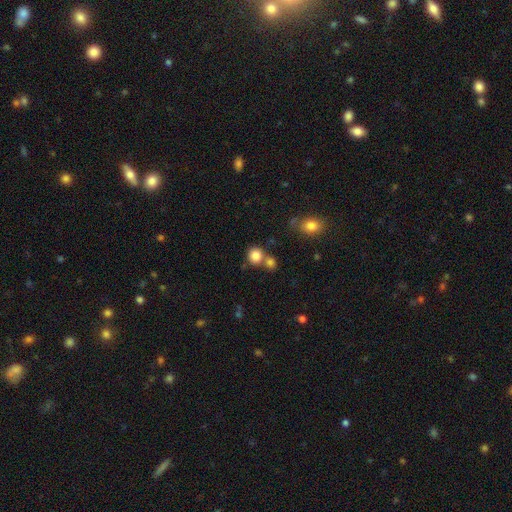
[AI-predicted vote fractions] A smooth galaxy with no disk features (83%) that is round (85%). Merging: none (58%).